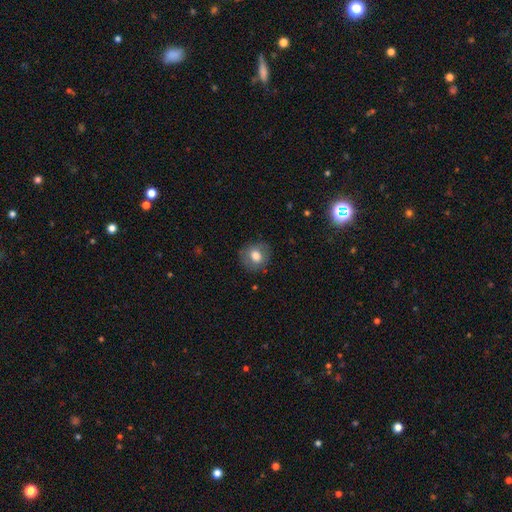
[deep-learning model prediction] smooth_or_featured: smooth (p=0.74) [alt: featured or disk p=0.17]
how_rounded: round (p=0.77) [alt: in between p=0.22]
merging: none (p=0.83) [alt: minor disturbance p=0.12]